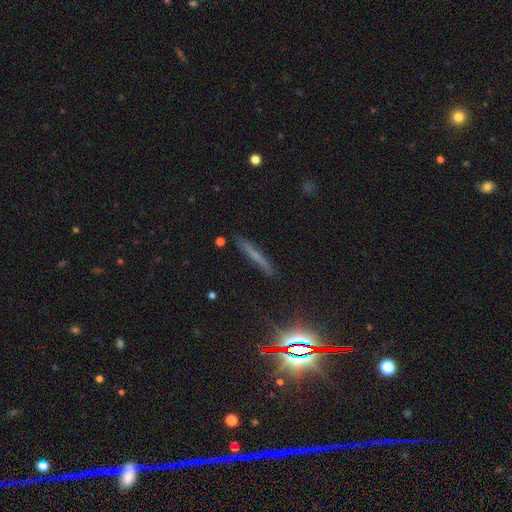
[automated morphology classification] A smooth galaxy with no disk features (47%). Merging: none (82%).